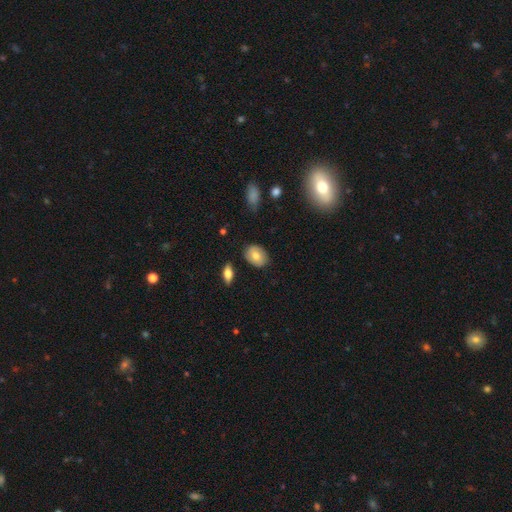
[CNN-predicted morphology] Smooth or featured: smooth — 72% (featured or disk — 20%)
How rounded: in between — 75% (round — 24%)
Merging: none — 83% (minor disturbance — 12%)